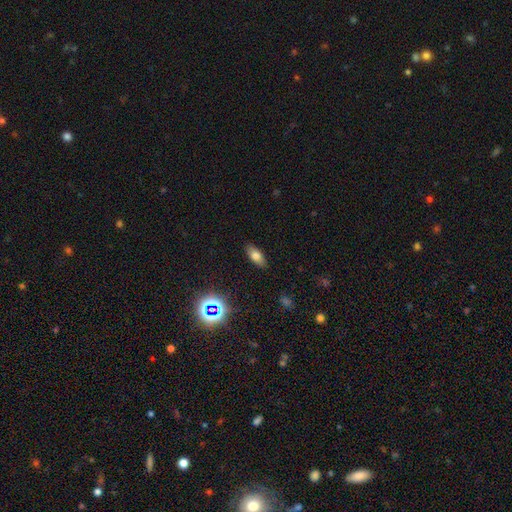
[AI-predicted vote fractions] smooth_or_featured: smooth (p=0.73) [alt: featured or disk p=0.14]
how_rounded: in between (p=0.83) [alt: cigar-shaped p=0.13]
merging: none (p=0.87) [alt: minor disturbance p=0.09]